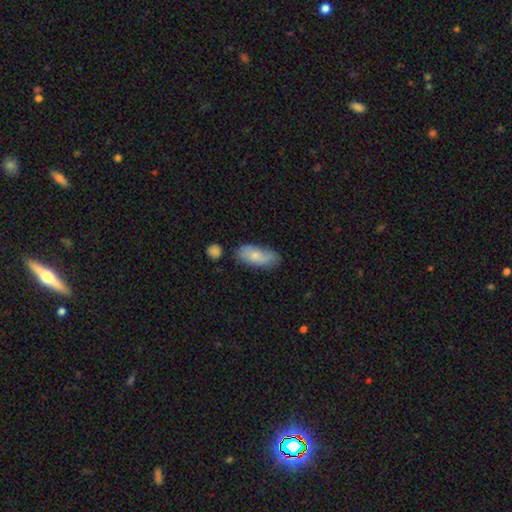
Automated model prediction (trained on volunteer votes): smooth-or-featured: smooth: 74% | featured or disk: 20% | star or artifact: 6%
  how-rounded: in between: 86% | cigar-shaped: 12% | round: 3%
  merging: none: 63% | minor disturbance: 26% | major disturbance: 5% | merger: 5%